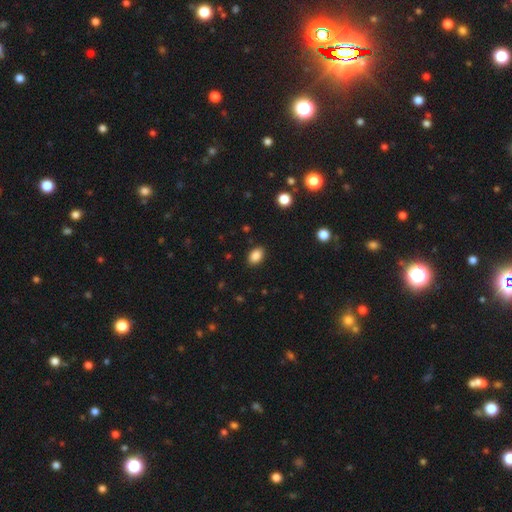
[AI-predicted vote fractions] smooth 87%, star or artifact 9%, featured or disk 4%. Down the decision tree: how rounded — in between (86%); merging — none (89%).